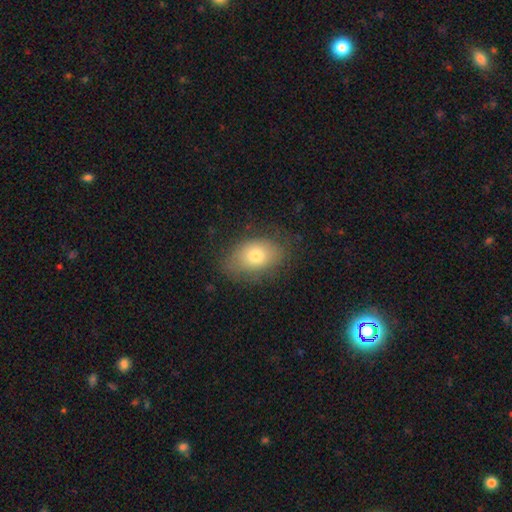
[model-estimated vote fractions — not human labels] A smooth galaxy with no disk features (75%) that is in between round and cigar-shaped (78%).

Vote fractions:
- Smooth or featured? smooth: 75% / featured or disk: 15% / star or artifact: 9%
- How rounded? in between: 78% / round: 21% / cigar-shaped: 1%
- Merging? none: 70% / minor disturbance: 20% / major disturbance: 8% / merger: 1%